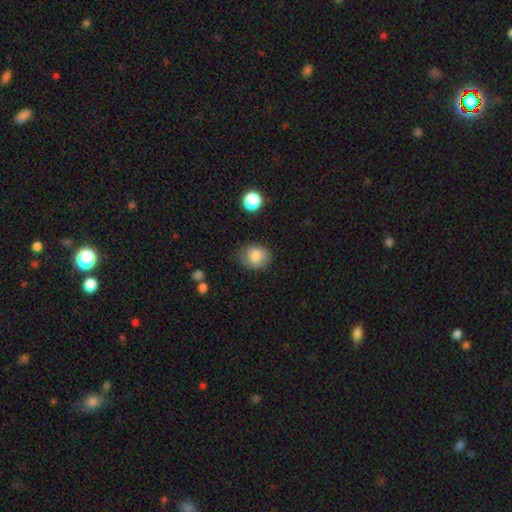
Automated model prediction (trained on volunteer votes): smooth 83%, star or artifact 9%, featured or disk 8%. Down the decision tree: how rounded — round (60%); merging — none (70%).